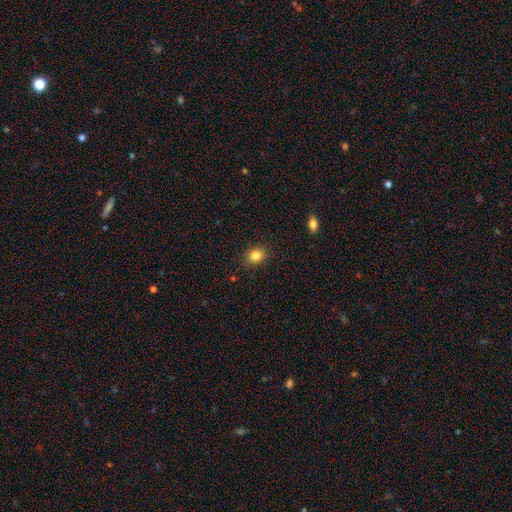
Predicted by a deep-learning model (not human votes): This appears to be a smooth galaxy with no disk features (85%) that is round (57%). Merging: none (87%).